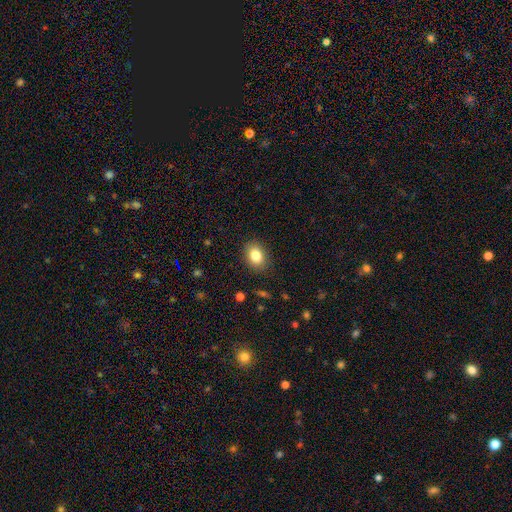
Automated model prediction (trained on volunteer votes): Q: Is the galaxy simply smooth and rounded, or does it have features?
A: smooth — 83%.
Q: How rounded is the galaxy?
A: in between — 69%.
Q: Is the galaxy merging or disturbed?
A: none — 88%.